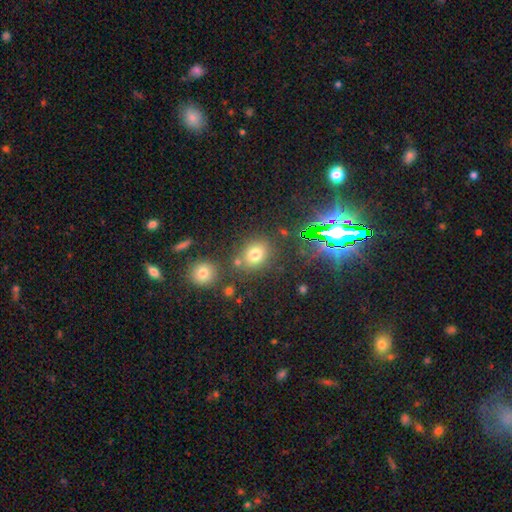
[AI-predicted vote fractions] Overall: smooth (66%). How rounded: round (58%; in between 41%). Merging: none (76%).